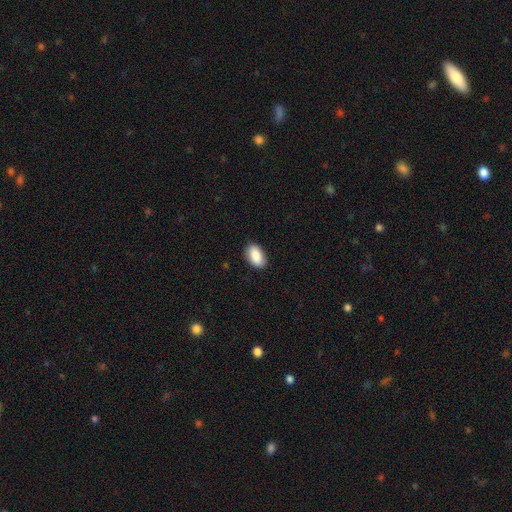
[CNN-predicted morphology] A smooth galaxy with no disk features (88%) that is in between round and cigar-shaped (93%). Merging: none (88%).